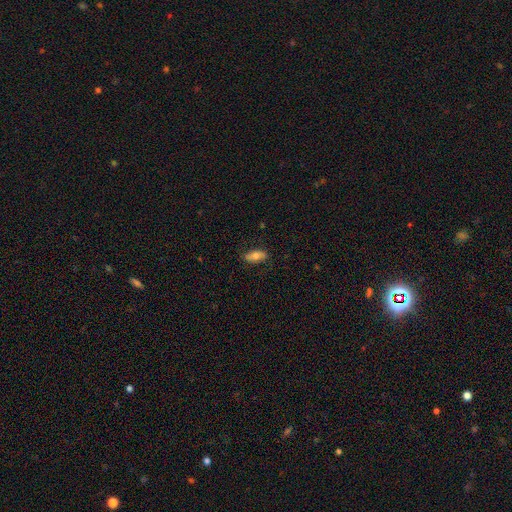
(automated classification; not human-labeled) A smooth galaxy with no disk features (70%) that is in between round and cigar-shaped (85%). Merging: none (82%).